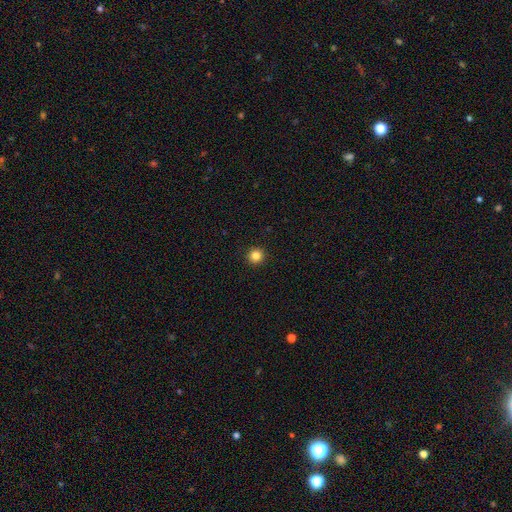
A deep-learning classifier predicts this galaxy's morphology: Smooth or featured?
  - smooth: 84% *
  - star or artifact: 12%
  - featured or disk: 4%
How rounded?
  - round: 96% *
  - in between: 3%
  - cigar-shaped: 1%
Merging?
  - none: 94% *
  - minor disturbance: 4%
  - major disturbance: 1%
  - merger: 1%